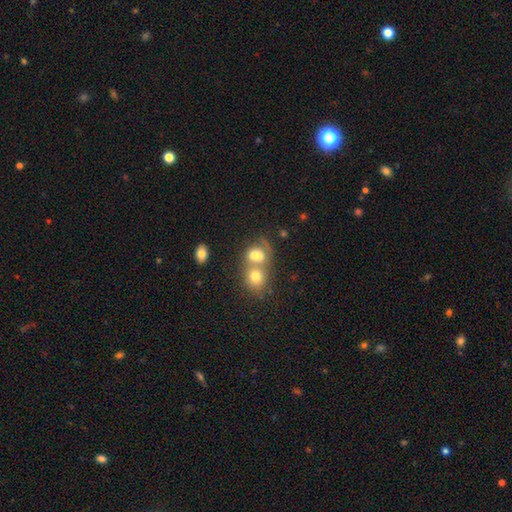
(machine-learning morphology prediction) Smooth or featured?
  - smooth: 68% *
  - featured or disk: 19%
  - star or artifact: 12%
How rounded?
  - round: 60% *
  - in between: 39%
  - cigar-shaped: 1%
Merging?
  - merger: 66% *
  - none: 23%
  - minor disturbance: 6%
  - major disturbance: 5%